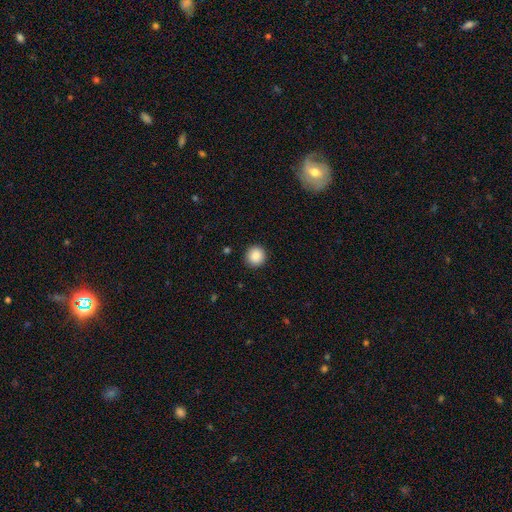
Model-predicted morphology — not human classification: Smooth or featured: smooth — 89% (star or artifact — 8%)
How rounded: round — 94% (in between — 5%)
Merging: none — 92% (minor disturbance — 6%)